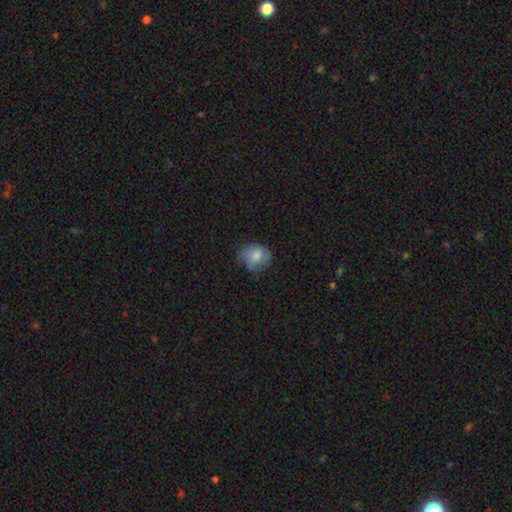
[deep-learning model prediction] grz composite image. It shows a smooth galaxy with no disk features (76%) that is round (56%). Merging: none (56%).